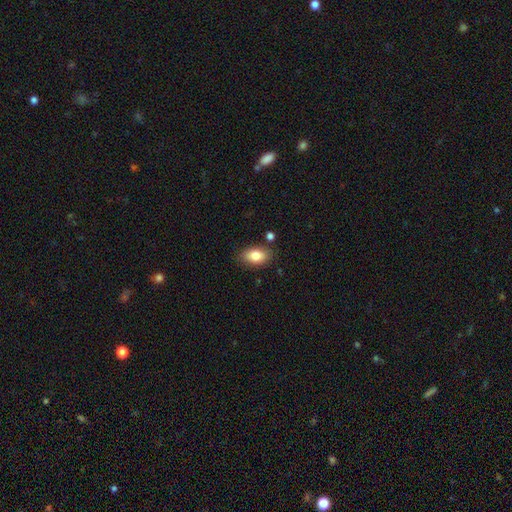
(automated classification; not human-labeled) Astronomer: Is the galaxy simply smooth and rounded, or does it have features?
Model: smooth — 83%.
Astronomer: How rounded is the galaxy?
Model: in between — 90%.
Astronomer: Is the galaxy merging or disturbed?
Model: none — 81%.